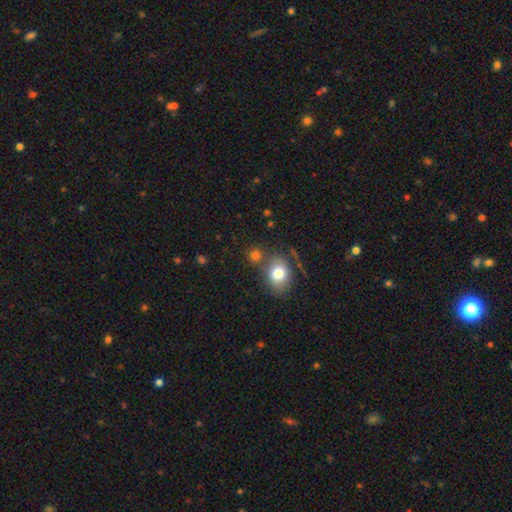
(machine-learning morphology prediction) A smooth galaxy with no disk features (76%) that is round (69%). Merging: none (66%).